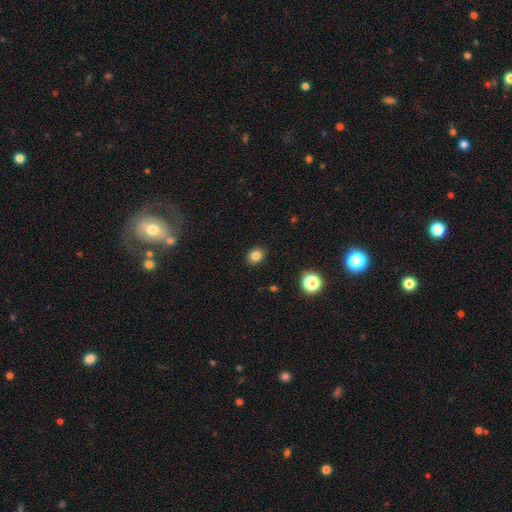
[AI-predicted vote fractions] smooth_or_featured: smooth (p=0.83) [alt: star or artifact p=0.12]
how_rounded: round (p=0.57) [alt: in between p=0.42]
merging: none (p=0.89) [alt: minor disturbance p=0.07]